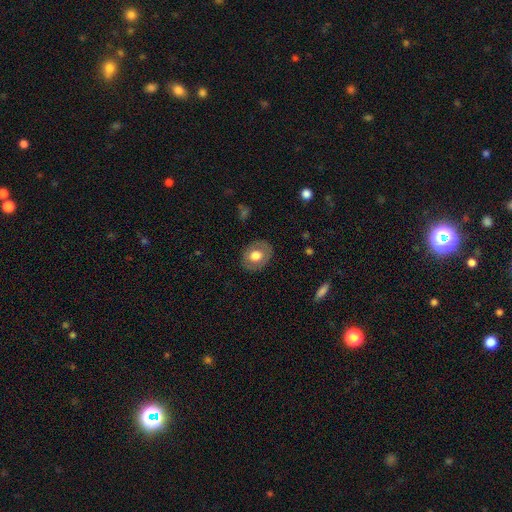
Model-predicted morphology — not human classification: Q: Smooth or featured?
A: smooth (65%); runner-up: featured or disk (28%)
Q: How rounded?
A: round (50%); runner-up: in between (49%)
Q: Merging?
A: none (84%); runner-up: minor disturbance (11%)